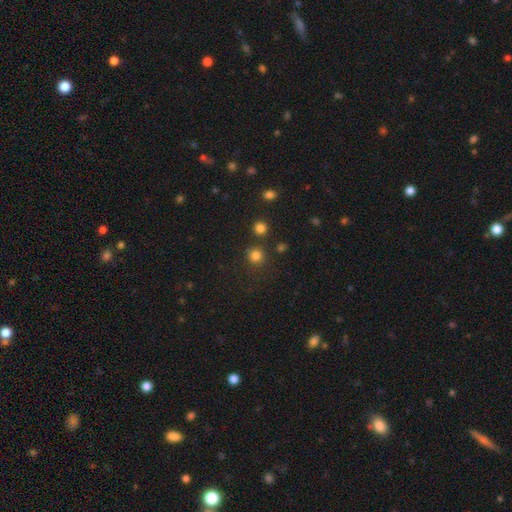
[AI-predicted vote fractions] Overall: smooth (80%). How rounded: round (92%). Merging: none (83%).